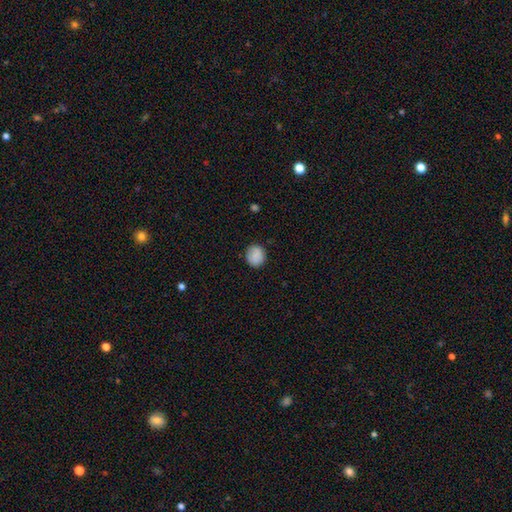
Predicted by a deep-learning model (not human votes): Smooth or featured?
  - smooth: 85% *
  - star or artifact: 8%
  - featured or disk: 7%
How rounded?
  - round: 78% *
  - in between: 21%
  - cigar-shaped: 1%
Merging?
  - none: 85% *
  - minor disturbance: 11%
  - major disturbance: 3%
  - merger: 1%